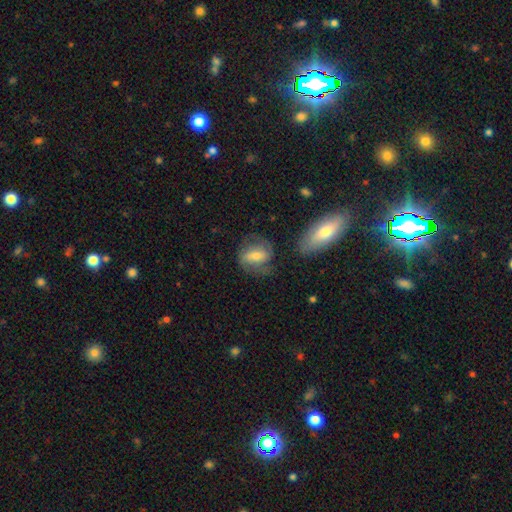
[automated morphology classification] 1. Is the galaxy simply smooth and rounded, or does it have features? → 57% featured or disk, 35% smooth, 7% star or artifact.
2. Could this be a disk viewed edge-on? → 95% no, 5% yes.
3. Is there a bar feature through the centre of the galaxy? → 42% weak, 34% strong, 24% no.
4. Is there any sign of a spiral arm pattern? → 82% yes, 18% no.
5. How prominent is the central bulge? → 50% moderate, 40% small, 6% large, 3% none, 1% dominant.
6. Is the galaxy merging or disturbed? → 65% none, 20% minor disturbance, 11% major disturbance, 5% merger.